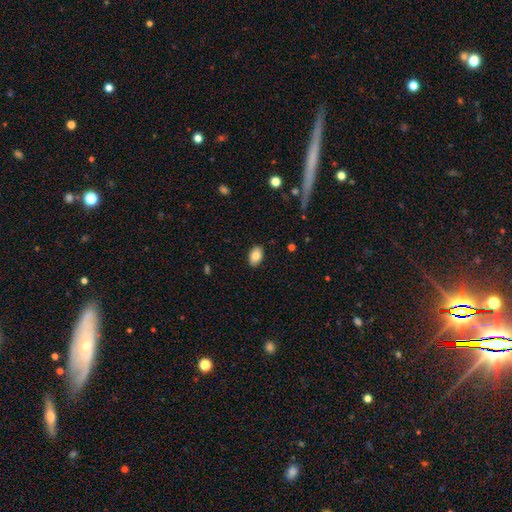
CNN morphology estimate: Smooth or featured? smooth (84%)
How rounded? in between (91%)
Merging? none (88%)